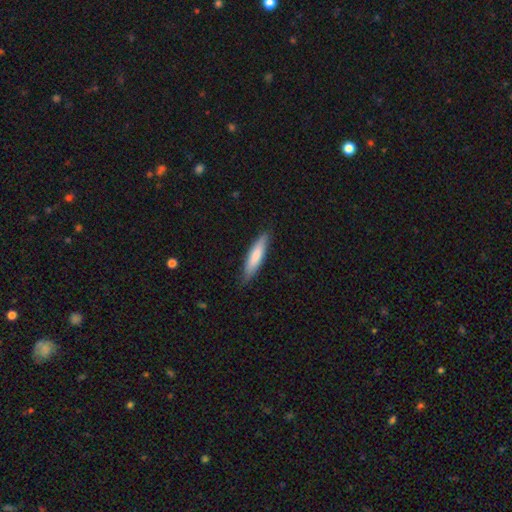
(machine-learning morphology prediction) type=smooth (77%); roundness=cigar-shaped (75%); merging=none (84%).